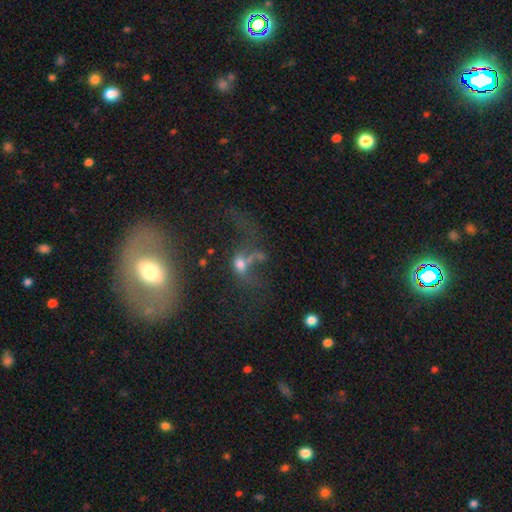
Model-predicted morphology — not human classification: A featured or disk galaxy (40%). Merging: merger (32%).